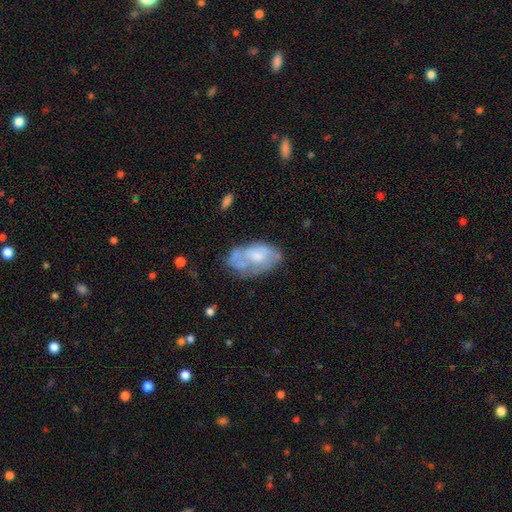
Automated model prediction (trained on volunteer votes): Overall: featured or disk (49%; smooth 44%). Merging: none (46%; minor disturbance 28%).